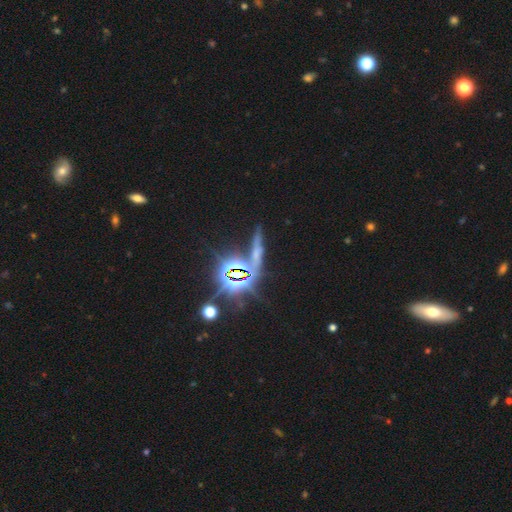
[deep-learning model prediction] The model was most divided on "smooth or featured": star or artifact: 56%, smooth: 23%, featured or disk: 21%.